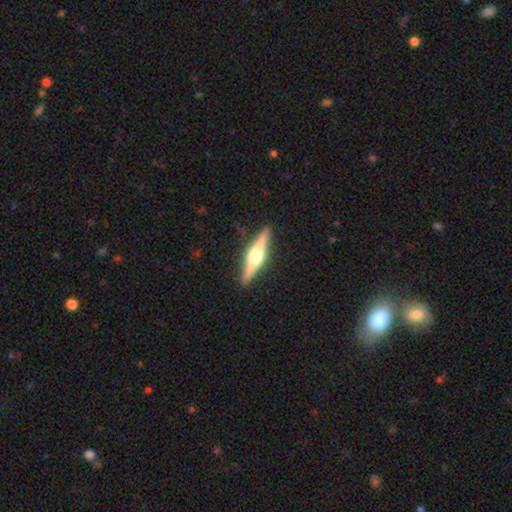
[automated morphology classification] This is likely a featured or disk galaxy (74%). It is clearly viewed edge-on (98%). Edge-on bulge: clearly rounded (93%). Merging: clearly none (90%).